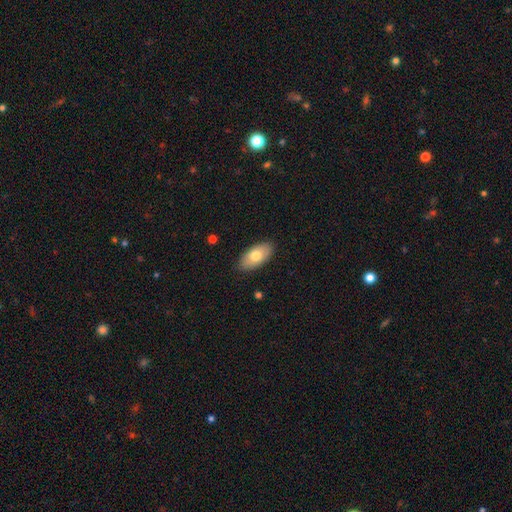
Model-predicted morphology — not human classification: A smooth galaxy with no disk features (73%) that is in between round and cigar-shaped (94%). Merging: none (87%).